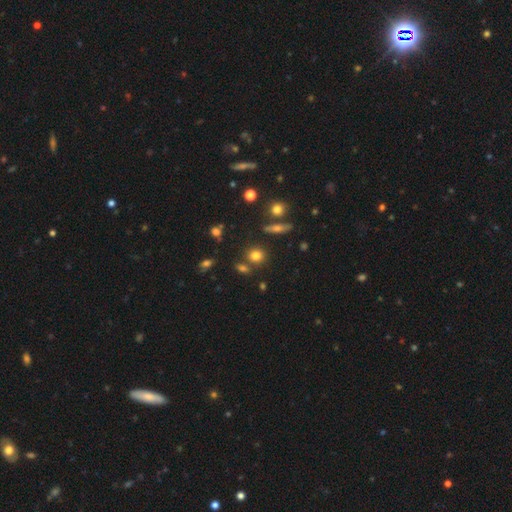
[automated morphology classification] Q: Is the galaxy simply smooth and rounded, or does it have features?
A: smooth — 76%.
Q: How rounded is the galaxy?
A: round — 76%.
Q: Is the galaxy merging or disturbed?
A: none — 74%.